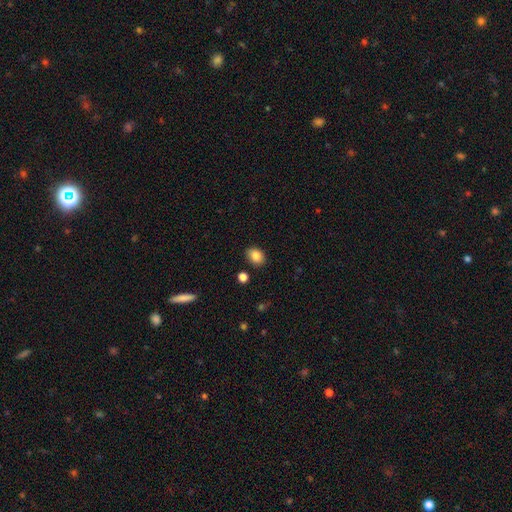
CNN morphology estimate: type=smooth (86%); roundness=in between (59%); merging=none (85%).